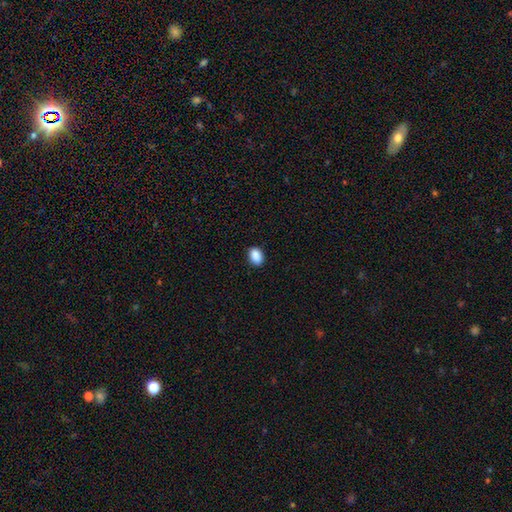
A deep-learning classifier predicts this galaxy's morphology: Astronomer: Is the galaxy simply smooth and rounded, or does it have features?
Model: smooth — 89%.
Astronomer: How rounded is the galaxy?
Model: in between — 78%.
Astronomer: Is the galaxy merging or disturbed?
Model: none — 89%.